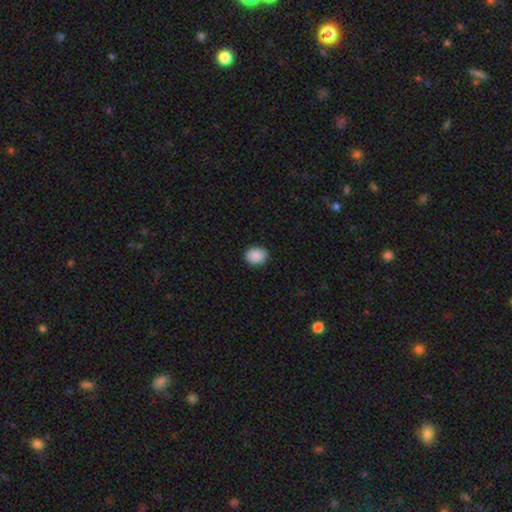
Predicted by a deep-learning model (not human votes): A smooth galaxy with no disk features (90%) that is in between round and cigar-shaped (51%).

Vote fractions:
- Smooth or featured? smooth: 90% / star or artifact: 7% / featured or disk: 3%
- How rounded? in between: 51% / round: 48% / cigar-shaped: 1%
- Merging? none: 90% / minor disturbance: 7% / major disturbance: 2% / merger: 1%